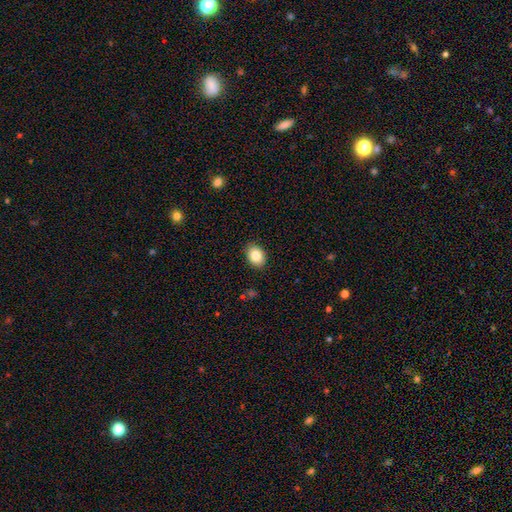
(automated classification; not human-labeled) A smooth galaxy with no disk features (85%) that is in between round and cigar-shaped (66%).

Vote fractions:
- Smooth or featured? smooth: 85% / star or artifact: 8% / featured or disk: 6%
- How rounded? in between: 66% / round: 33% / cigar-shaped: 1%
- Merging? none: 89% / minor disturbance: 8% / major disturbance: 2% / merger: 1%